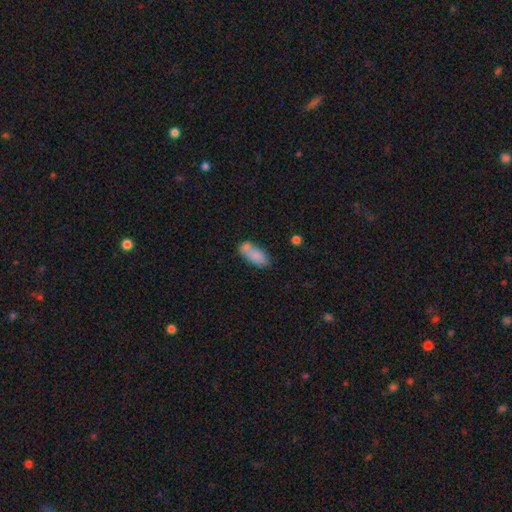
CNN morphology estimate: A smooth galaxy with no disk features (78%) that is in between round and cigar-shaped (85%).

Vote fractions:
- Smooth or featured? smooth: 78% / featured or disk: 14% / star or artifact: 8%
- How rounded? in between: 85% / cigar-shaped: 12% / round: 4%
- Merging? none: 43% / merger: 31% / minor disturbance: 19% / major disturbance: 7%